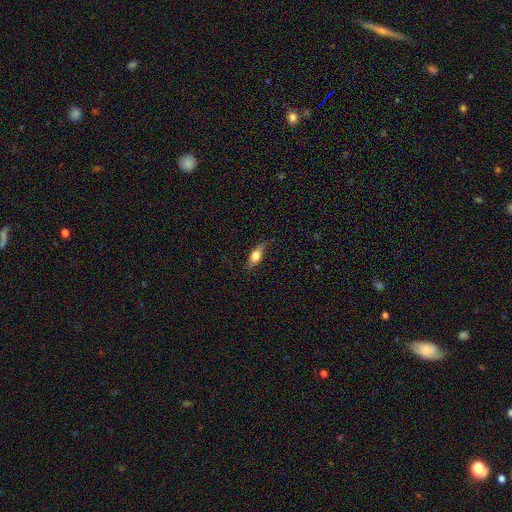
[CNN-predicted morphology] Smooth or featured: smooth — 72% (featured or disk — 21%)
How rounded: in between — 71% (cigar-shaped — 25%)
Merging: none — 79% (minor disturbance — 16%)